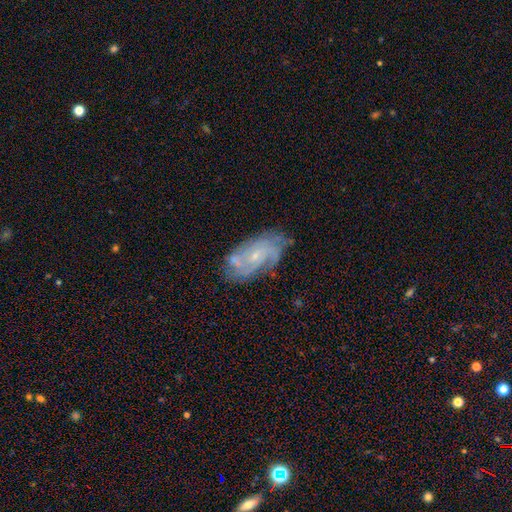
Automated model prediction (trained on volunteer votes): featured or disk 78%, smooth 15%, star or artifact 8%. Down the decision tree: edge-on disk — no (95%); bar — no (70%); spiral arms — yes (92%); spiral arm count — can't tell (34%); spiral winding — tight (53%); bulge size — small (73%); merging — none (69%).